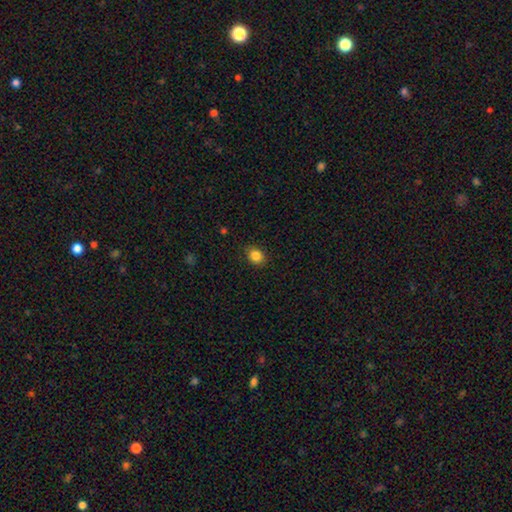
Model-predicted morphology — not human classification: smooth_or_featured: smooth (p=0.84) [alt: star or artifact p=0.11]
how_rounded: round (p=0.61) [alt: in between p=0.38]
merging: none (p=0.86) [alt: minor disturbance p=0.10]